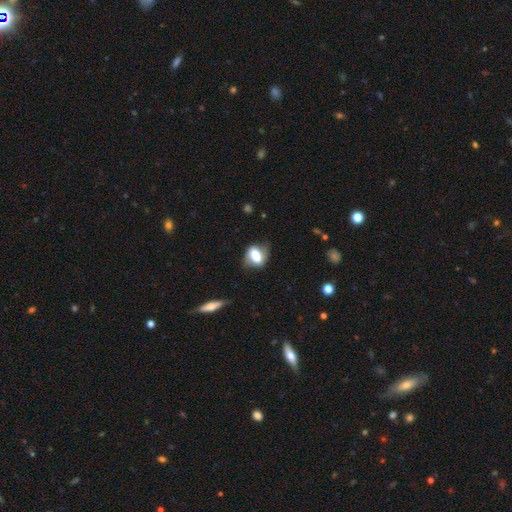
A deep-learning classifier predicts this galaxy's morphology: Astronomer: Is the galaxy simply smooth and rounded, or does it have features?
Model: smooth — 61%.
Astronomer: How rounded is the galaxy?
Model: in between — 74%.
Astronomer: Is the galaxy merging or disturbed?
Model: none — 62%.